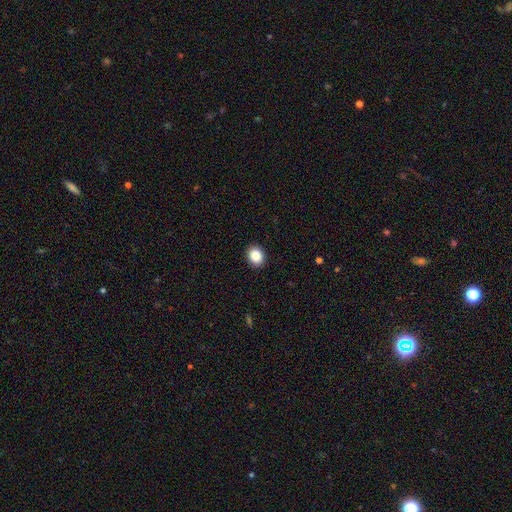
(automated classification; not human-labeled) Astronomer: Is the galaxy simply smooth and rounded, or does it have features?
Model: smooth — 88%.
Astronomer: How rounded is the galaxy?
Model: round — 61% (runner-up: in between, 38%).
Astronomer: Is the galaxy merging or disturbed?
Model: none — 91%.